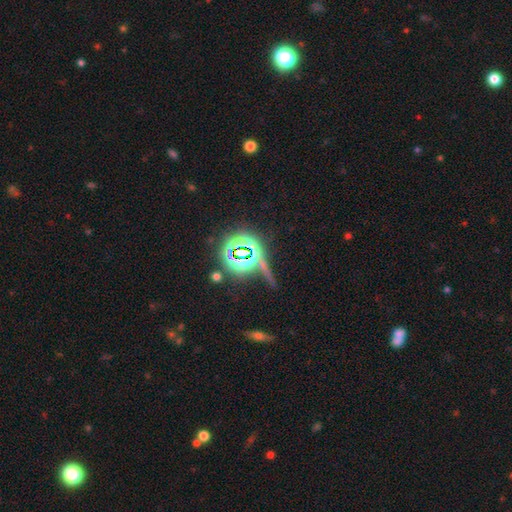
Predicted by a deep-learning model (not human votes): smooth-or-featured: star or artifact: 77% | smooth: 12% | featured or disk: 11%